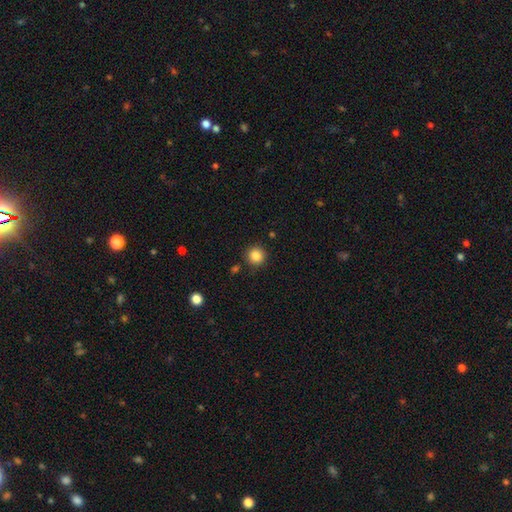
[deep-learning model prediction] Smooth or featured? smooth (85%)
How rounded? round (94%)
Merging? none (88%)